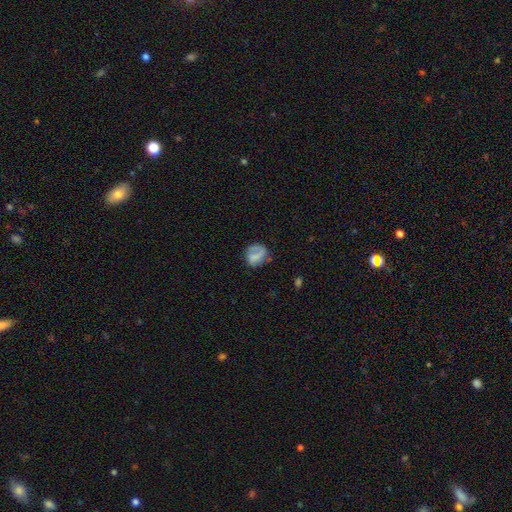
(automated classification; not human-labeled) This appears to be a smooth galaxy with no disk features (58%) that is round (61%). Merging: none (51%).